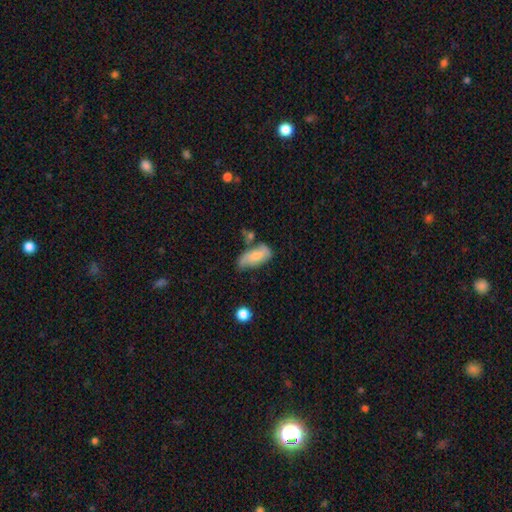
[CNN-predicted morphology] A smooth galaxy with no disk features (58%) that is in between round and cigar-shaped (87%).

Vote fractions:
- Smooth or featured? smooth: 58% / featured or disk: 35% / star or artifact: 7%
- How rounded? in between: 87% / cigar-shaped: 9% / round: 3%
- Merging? none: 42% / minor disturbance: 33% / merger: 13% / major disturbance: 12%